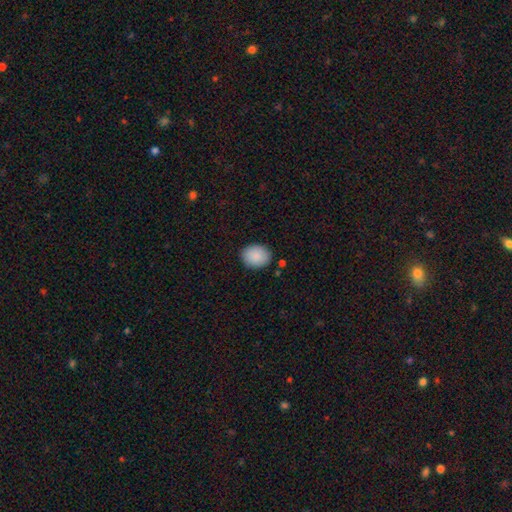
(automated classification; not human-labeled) Overall: smooth (89%). How rounded: in between (51%; round 48%). Merging: none (87%).